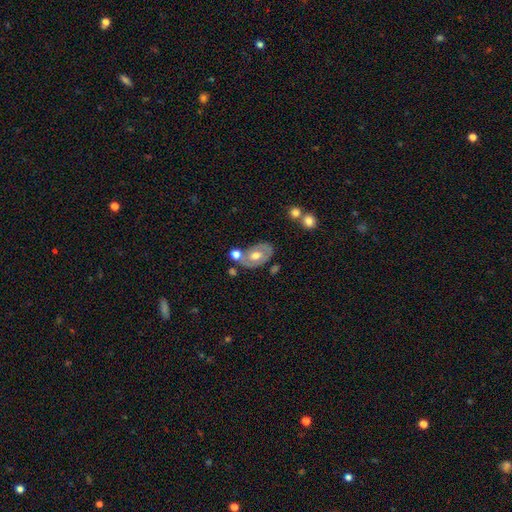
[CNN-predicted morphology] Smooth or featured? featured or disk (51%)
Edge-on disk? no (92%)
Merging? none (54%)